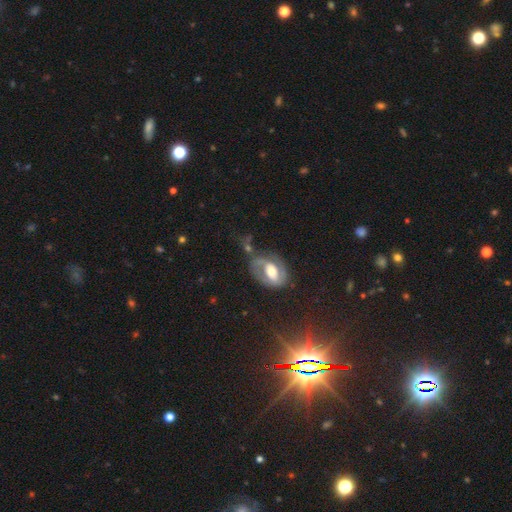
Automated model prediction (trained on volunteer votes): A star or artifact, not a galaxy (48%).

Vote fractions:
- Smooth or featured? star or artifact: 48% / featured or disk: 26% / smooth: 25%